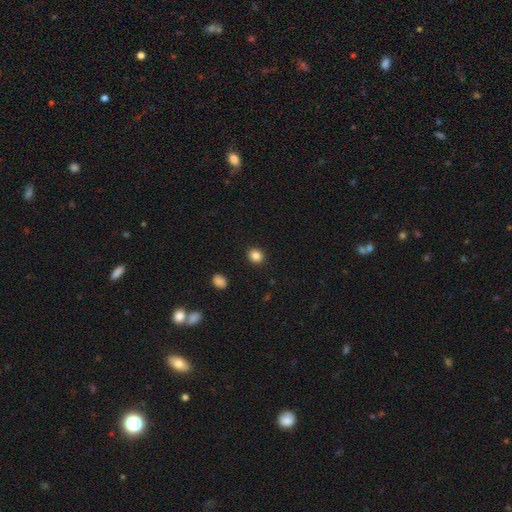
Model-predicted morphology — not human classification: Smooth or featured?
  - smooth: 86% *
  - star or artifact: 10%
  - featured or disk: 4%
How rounded?
  - round: 76% *
  - in between: 23%
  - cigar-shaped: 1%
Merging?
  - none: 91% *
  - minor disturbance: 6%
  - major disturbance: 2%
  - merger: 1%